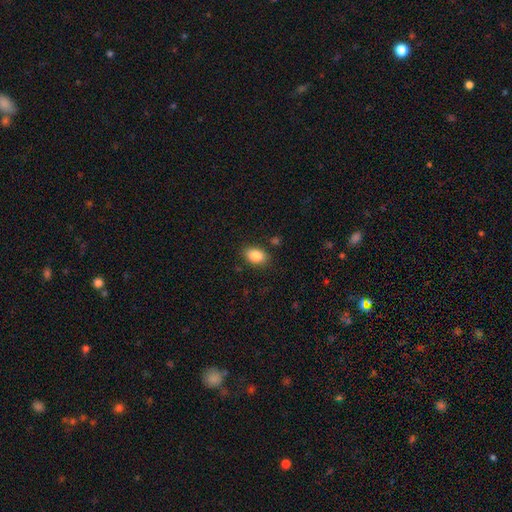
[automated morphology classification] A smooth galaxy with no disk features (86%) that is in between round and cigar-shaped (83%).

Vote fractions:
- Smooth or featured? smooth: 86% / star or artifact: 8% / featured or disk: 6%
- How rounded? in between: 83% / round: 16% / cigar-shaped: 1%
- Merging? none: 84% / minor disturbance: 11% / major disturbance: 3% / merger: 2%